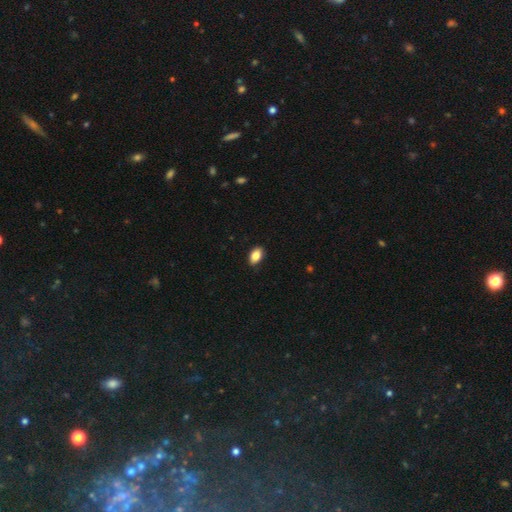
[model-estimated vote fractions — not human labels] Morphology: type=smooth (86%); roundness=in between (89%); merging=none (86%).